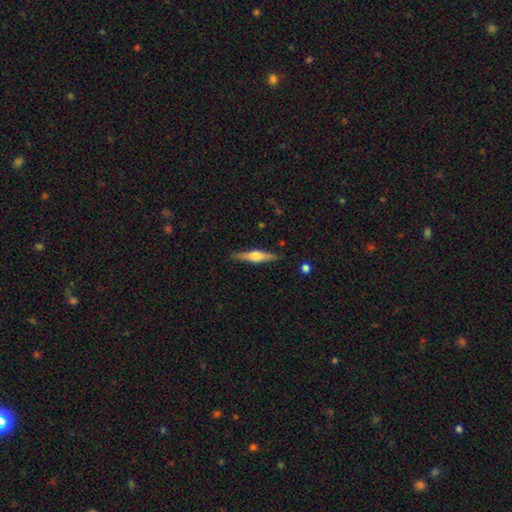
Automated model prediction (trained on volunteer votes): A featured or disk galaxy (63%) viewed edge-on (97%) with a rounded central bulge (86%). Merging: none (88%).